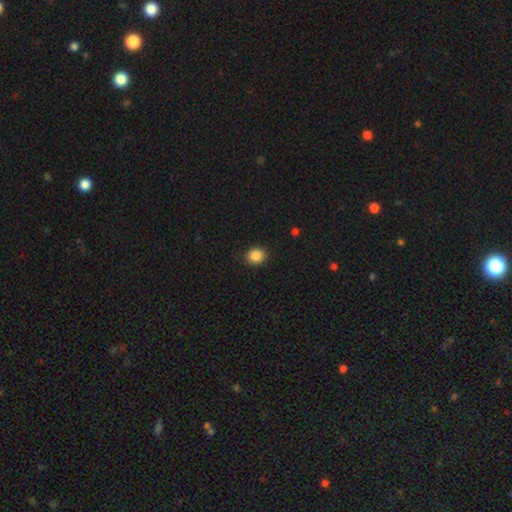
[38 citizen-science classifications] Morphology: type=smooth (89%); roundness=round (79%); merging=none (91%).